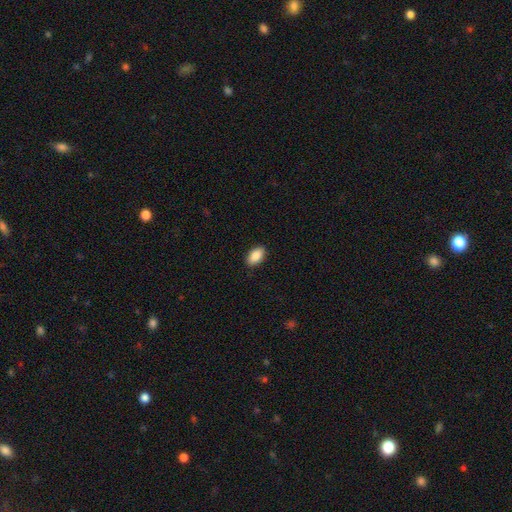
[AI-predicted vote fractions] Overall: smooth (88%). How rounded: in between (92%). Merging: none (89%).